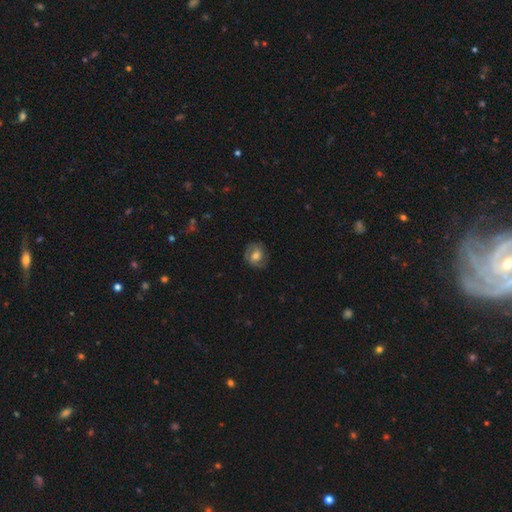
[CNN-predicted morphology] A smooth galaxy with no disk features (47%). Merging: none (76%).